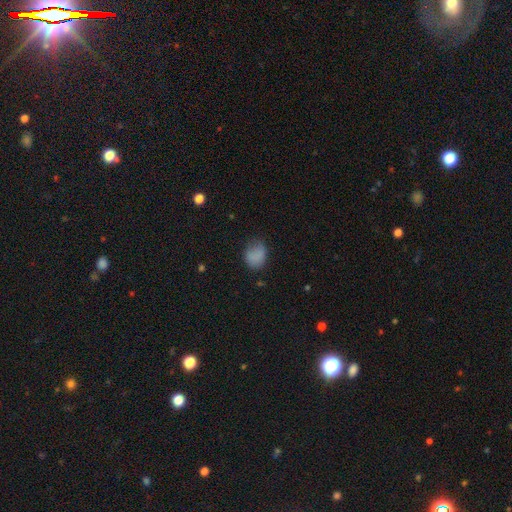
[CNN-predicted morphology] smooth_or_featured: smooth (p=0.82) [alt: star or artifact p=0.10]
how_rounded: in between (p=0.52) [alt: round p=0.47]
merging: none (p=0.58) [alt: minor disturbance p=0.29]